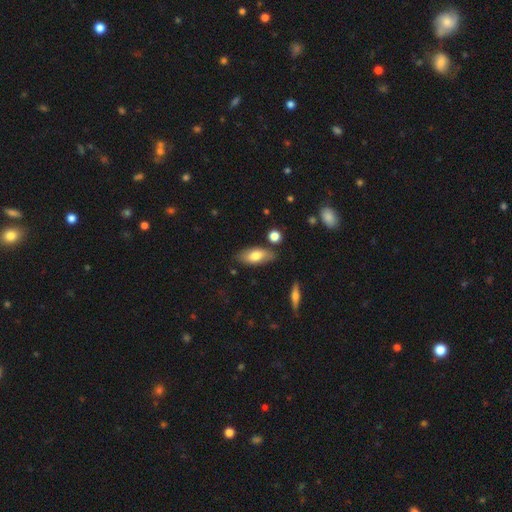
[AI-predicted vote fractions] Morphology: type=smooth (72%); roundness=in between (85%); merging=none (77%).